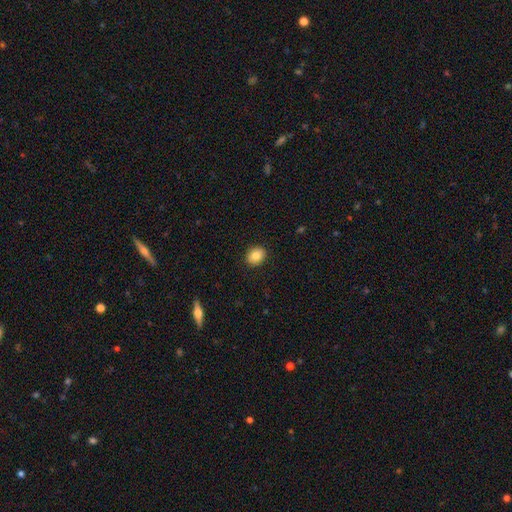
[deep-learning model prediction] smooth 84%, star or artifact 9%, featured or disk 7%. Down the decision tree: how rounded — round (62%); merging — none (91%).